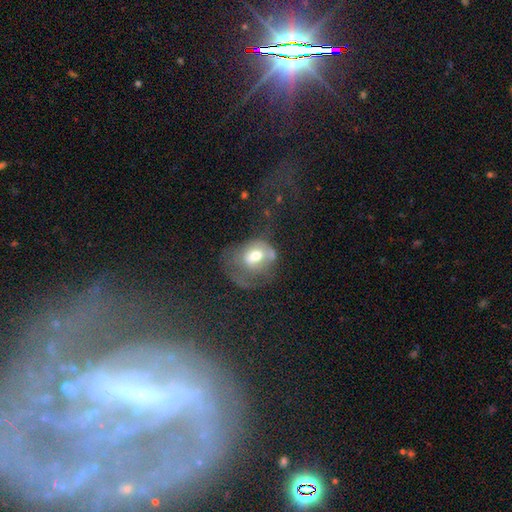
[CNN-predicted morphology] Smooth or featured: smooth — 55% (featured or disk — 35%)
How rounded: in between — 53% (round — 46%)
Merging: major disturbance — 52% (none — 22%)